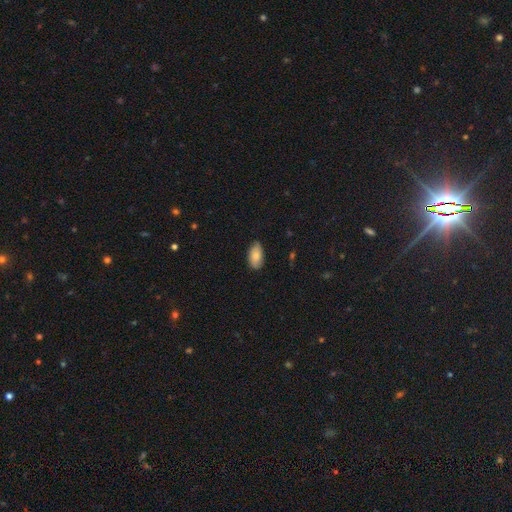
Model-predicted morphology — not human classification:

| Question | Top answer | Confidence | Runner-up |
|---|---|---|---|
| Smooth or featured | smooth | 78% | featured or disk (15%) |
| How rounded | in between | 94% | round (3%) |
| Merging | none | 79% | minor disturbance (17%) |